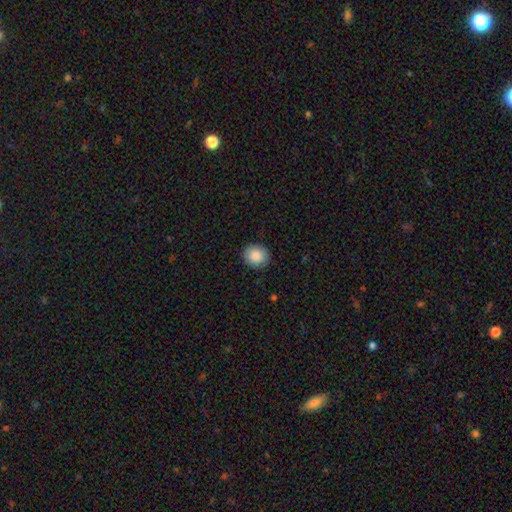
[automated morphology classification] Overall: smooth (89%). How rounded: round (82%). Merging: none (89%).